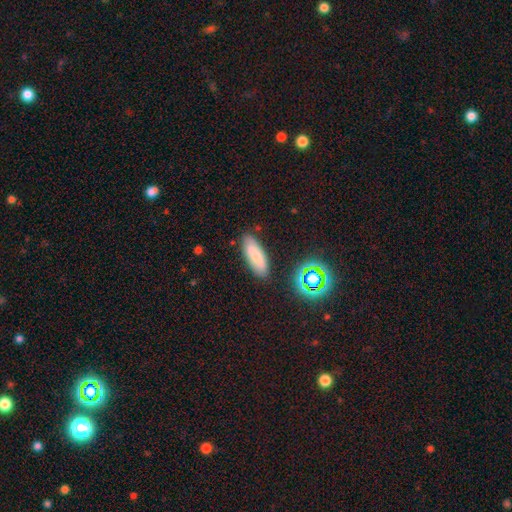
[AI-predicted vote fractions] smooth_or_featured: smooth (p=0.77) [alt: featured or disk p=0.14]
how_rounded: in between (p=0.62) [alt: cigar-shaped p=0.36]
merging: none (p=0.84) [alt: minor disturbance p=0.11]